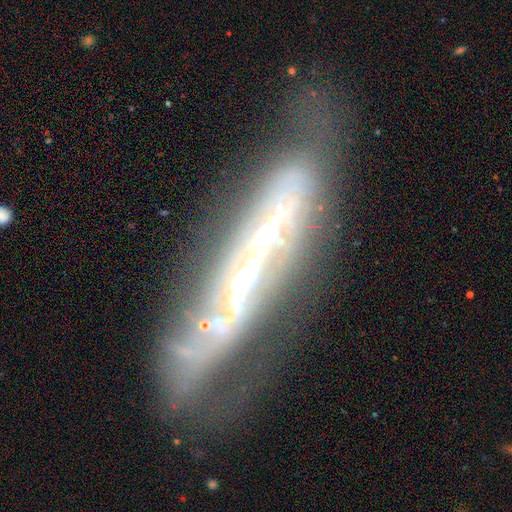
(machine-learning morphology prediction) Q: Smooth or featured?
A: featured or disk (78%); runner-up: smooth (13%)
Q: Edge-on disk?
A: no (50%); tied with: yes (50%)
Q: Merging?
A: none (52%); runner-up: minor disturbance (24%)